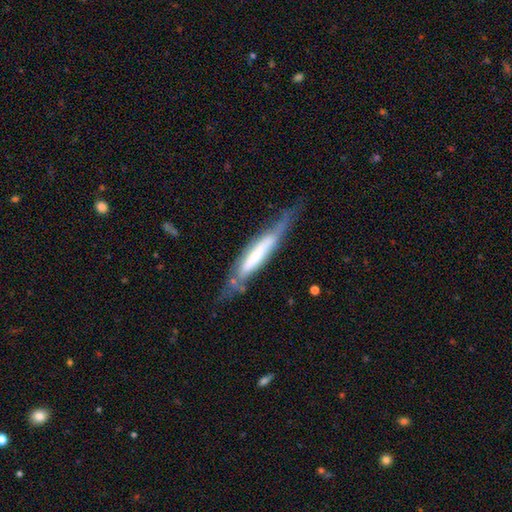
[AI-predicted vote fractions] The model was most divided on "smooth or featured": featured or disk: 59%, smooth: 35%, star or artifact: 6%. More confident: edge-on disk — yes (74%); merging — none (53%).